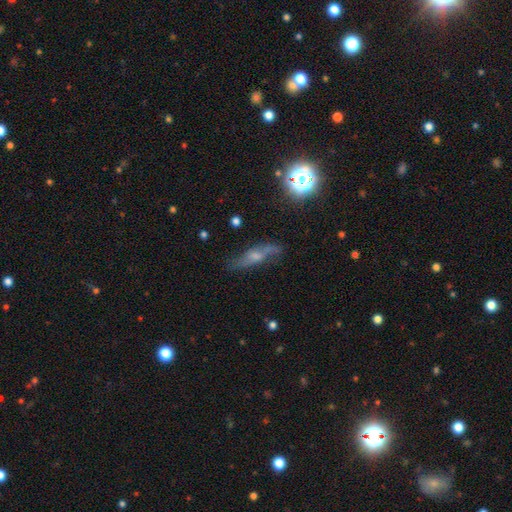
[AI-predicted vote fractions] A featured or disk galaxy (58%).

Vote fractions:
- Smooth or featured? featured or disk: 58% / smooth: 26% / star or artifact: 16%
- Edge-on disk? no: 57% / yes: 43%
- Merging? none: 68% / minor disturbance: 21% / major disturbance: 9% / merger: 3%